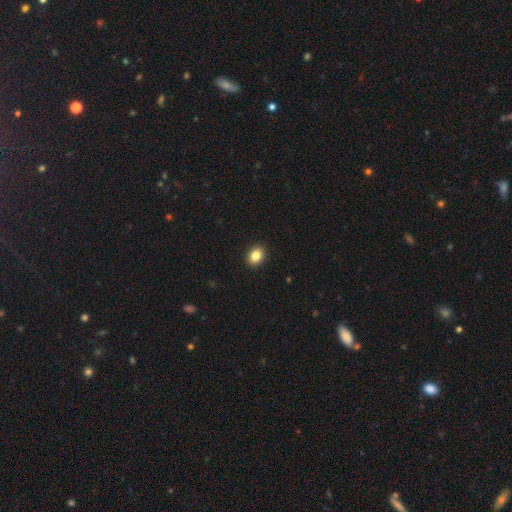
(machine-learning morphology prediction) Overall: smooth (85%). How rounded: in between (62%; round 37%). Merging: none (92%).